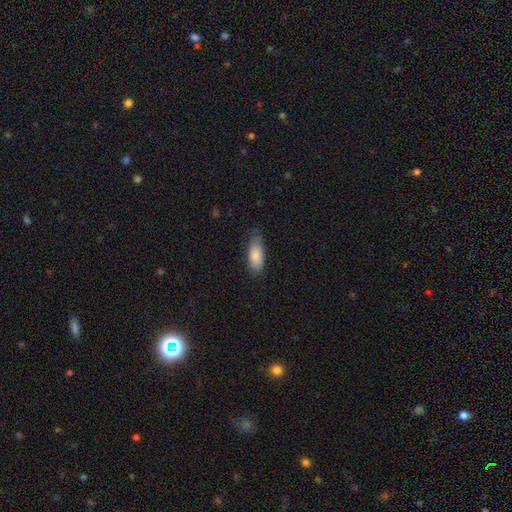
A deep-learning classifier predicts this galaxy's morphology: Overall: smooth (84%). How rounded: in between (84%). Merging: none (66%; minor disturbance 27%).